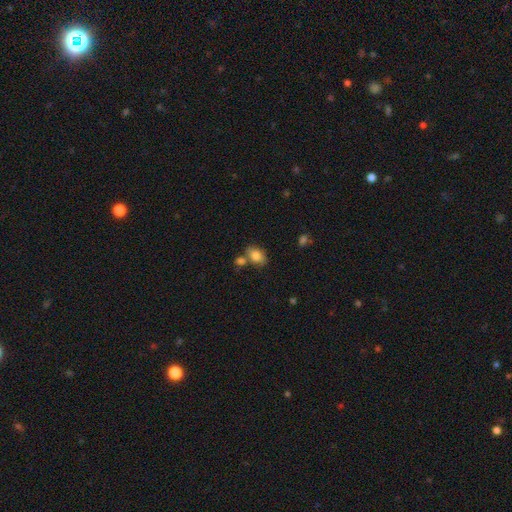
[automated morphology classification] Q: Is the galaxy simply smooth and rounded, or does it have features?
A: smooth — 82%.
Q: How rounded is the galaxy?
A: in between — 81%.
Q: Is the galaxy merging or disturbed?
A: none — 56%.